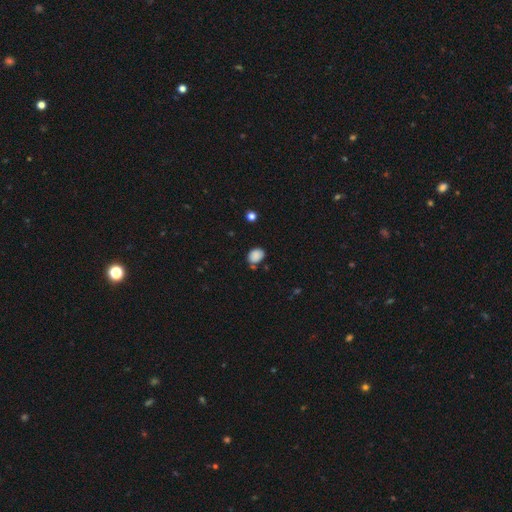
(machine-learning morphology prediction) Smooth or featured? Predicted: smooth (p=0.86). How rounded? Predicted: in between (p=0.63). Merging? Predicted: none (p=0.71).